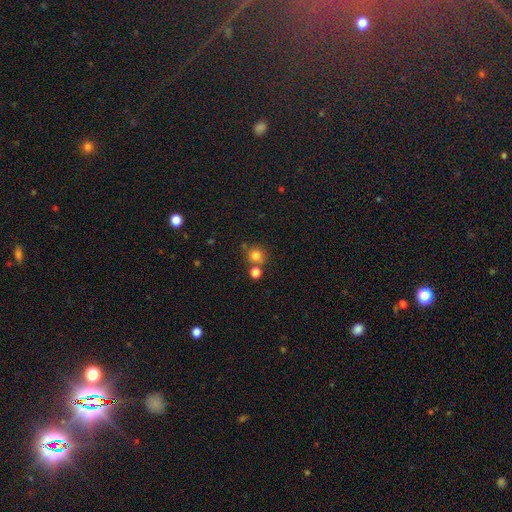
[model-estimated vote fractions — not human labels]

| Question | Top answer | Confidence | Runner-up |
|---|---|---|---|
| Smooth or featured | smooth | 79% | star or artifact (15%) |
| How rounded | round | 90% | in between (9%) |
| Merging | none | 68% | merger (21%) |